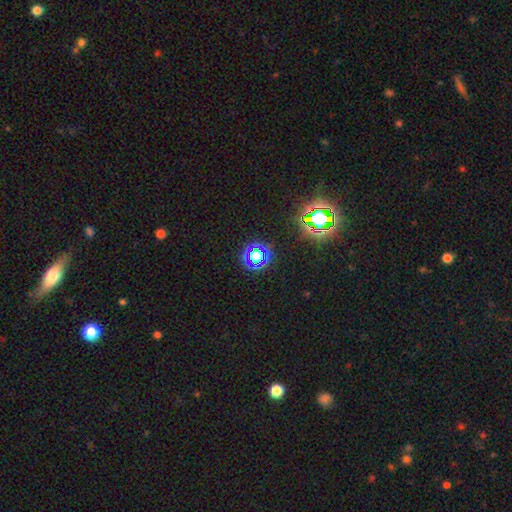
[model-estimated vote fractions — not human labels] This is likely a star or artifact rather than a galaxy (64%).